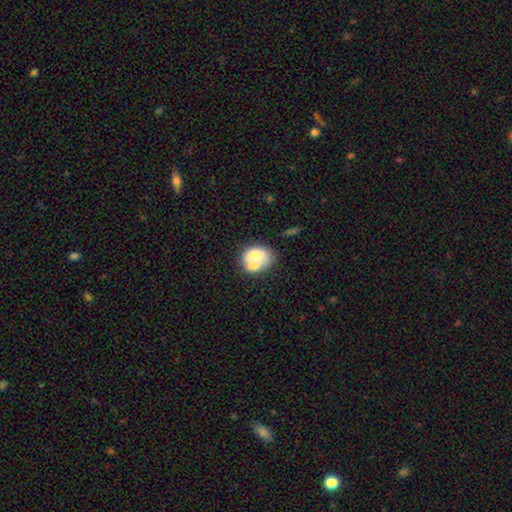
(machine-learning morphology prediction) This is likely a smooth galaxy (62%). How rounded: possibly in between (51%). Merging: marginally merger (44%).